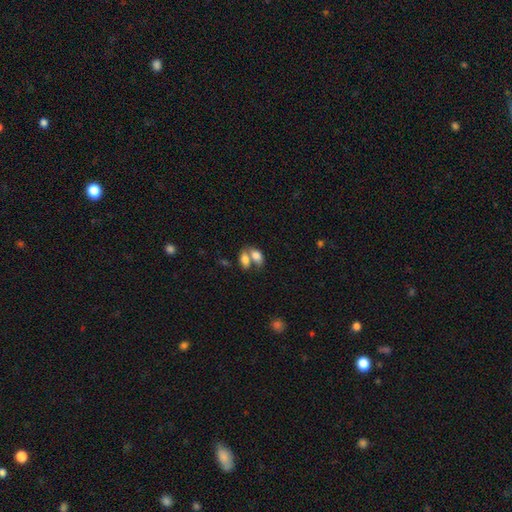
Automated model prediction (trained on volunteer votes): Smooth or featured? Predicted: smooth (p=0.77). How rounded? Predicted: in between (p=0.88). Merging? Predicted: merger (p=0.63).